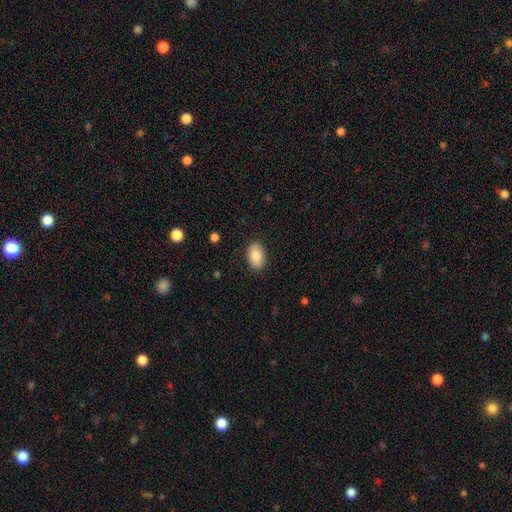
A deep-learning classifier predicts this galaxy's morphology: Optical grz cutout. It shows a smooth galaxy with no disk features (84%) that is in between round and cigar-shaped (92%). Merging: none (87%).